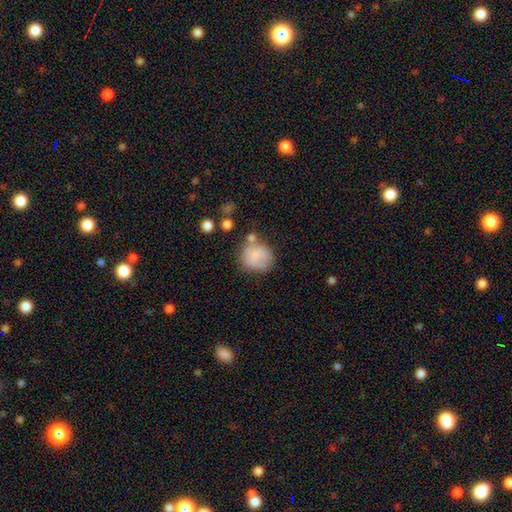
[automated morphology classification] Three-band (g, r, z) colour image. It shows a smooth galaxy with no disk features (76%) that is round (77%). Merging: none (54%).